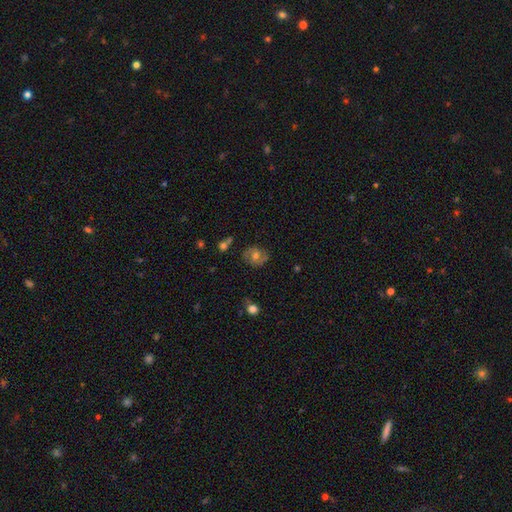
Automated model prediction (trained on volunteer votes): featured or disk 54%, smooth 35%, star or artifact 11%. Down the decision tree: edge-on disk — no (96%); bar — no (62%); spiral arms — yes (75%); bulge size — moderate (68%); merging — none (79%).